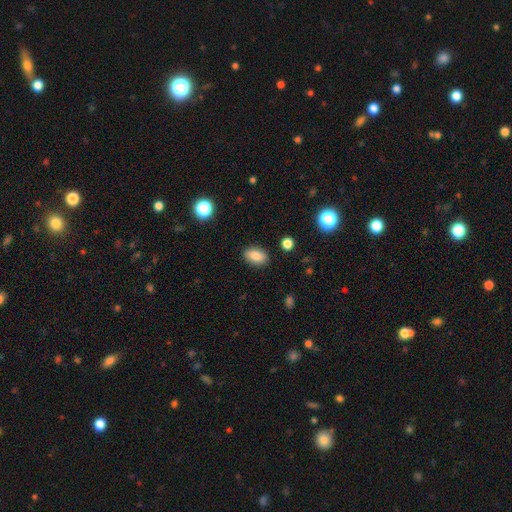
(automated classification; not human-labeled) This is clearly a smooth galaxy (83%). How rounded: clearly in between (88%). Merging: clearly none (87%).